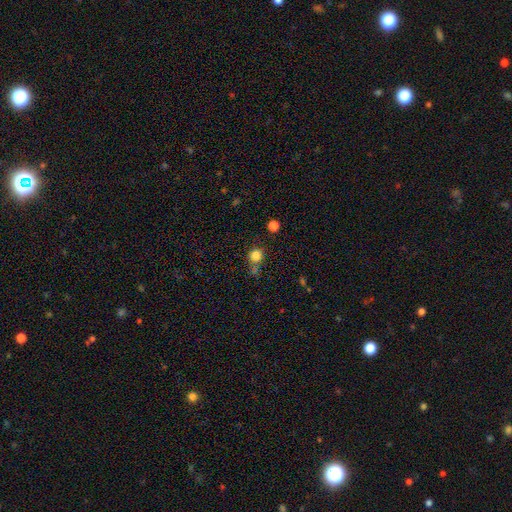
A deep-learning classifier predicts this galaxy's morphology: The model was most divided on "merging": none: 65%, minor disturbance: 15%, merger: 14%, major disturbance: 6%. More confident: how rounded — round (88%); smooth or featured — smooth (82%).